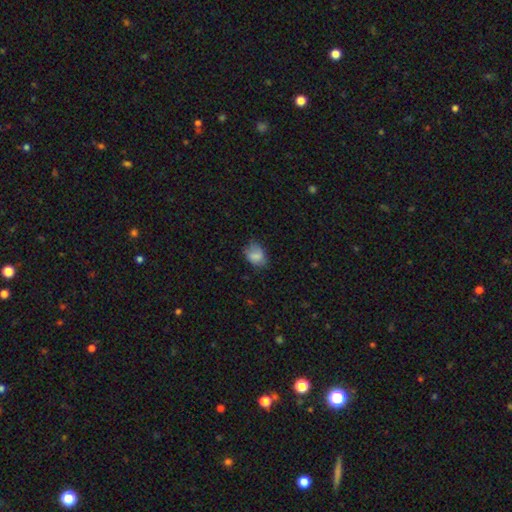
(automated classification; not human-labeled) Overall: smooth (81%). How rounded: in between (69%; round 30%). Merging: none (63%; minor disturbance 28%).